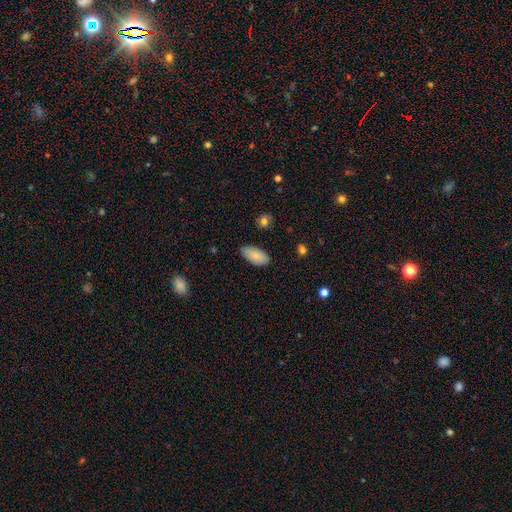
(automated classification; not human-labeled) smooth-or-featured: smooth: 84% | featured or disk: 9% | star or artifact: 7%
  how-rounded: in between: 93% | cigar-shaped: 5% | round: 2%
  merging: none: 81% | minor disturbance: 15% | major disturbance: 2% | merger: 1%